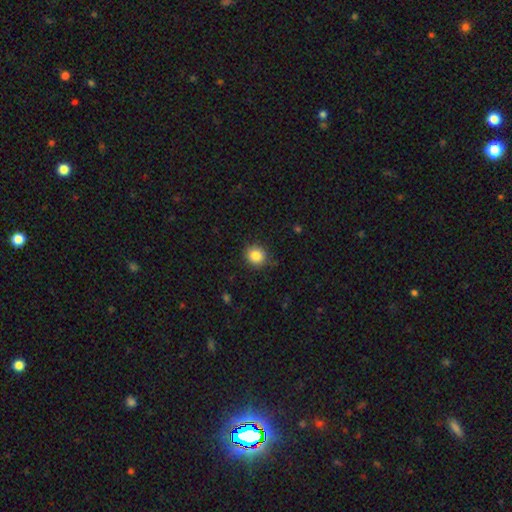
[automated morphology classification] Smooth or featured? smooth (85%)
How rounded? round (82%)
Merging? none (81%)